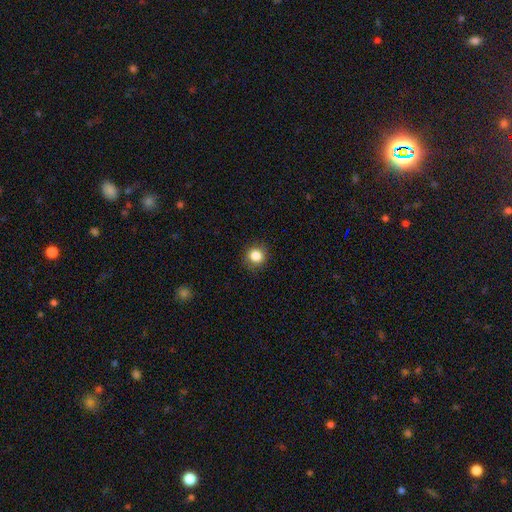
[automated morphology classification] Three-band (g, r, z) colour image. It shows a smooth galaxy with no disk features (84%) that is round (90%). Merging: none (89%).